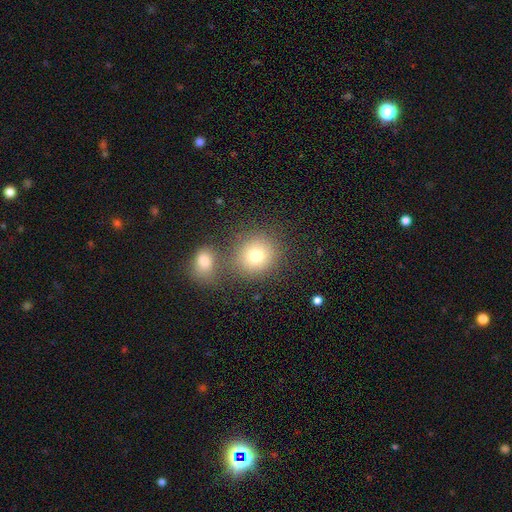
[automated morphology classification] Smooth or featured: smooth — 76% (star or artifact — 13%)
How rounded: round — 83% (in between — 16%)
Merging: none — 67% (merger — 20%)